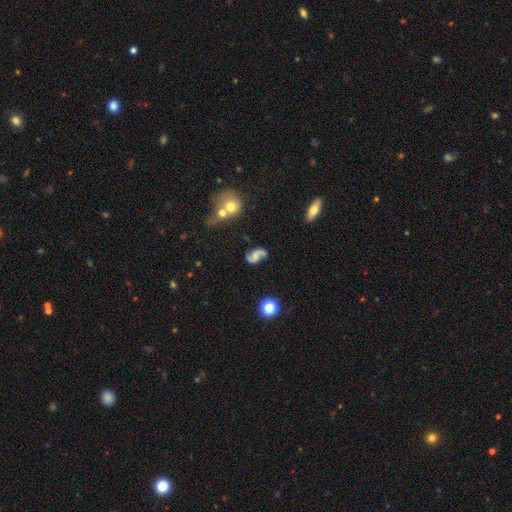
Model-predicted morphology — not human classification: Q: Smooth or featured?
A: featured or disk (80%); runner-up: smooth (12%)
Q: Edge-on disk?
A: no (98%); runner-up: yes (2%)
Q: Bar?
A: no (52%); runner-up: weak (38%)
Q: Spiral arms?
A: yes (95%); runner-up: no (5%)
Q: Spiral winding?
A: loose (56%); runner-up: medium (35%)
Q: Spiral arm count?
A: 2 (92%); runner-up: 1 (2%)
Q: Bulge size?
A: none (45%); runner-up: small (26%)
Q: Merging?
A: none (67%); runner-up: minor disturbance (18%)